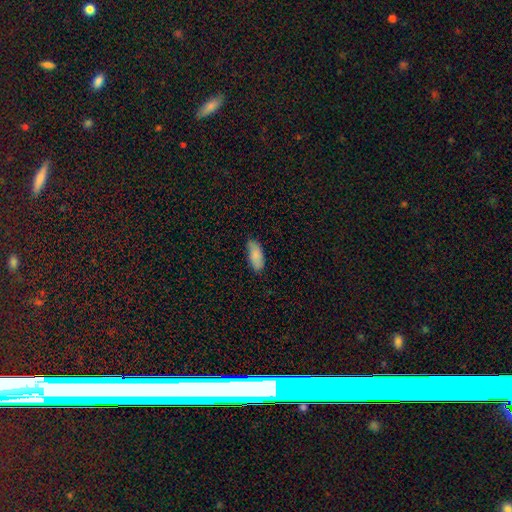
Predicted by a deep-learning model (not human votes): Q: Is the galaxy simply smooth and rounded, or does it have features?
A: smooth — 86%.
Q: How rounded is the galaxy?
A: in between — 87%.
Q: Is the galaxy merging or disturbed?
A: none — 74%.